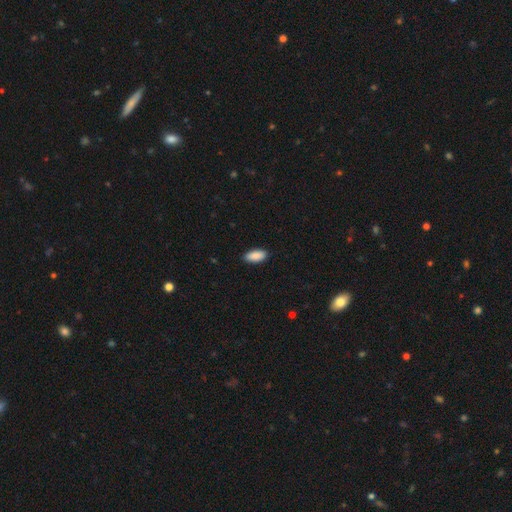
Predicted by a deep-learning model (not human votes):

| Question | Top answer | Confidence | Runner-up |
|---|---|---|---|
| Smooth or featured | smooth | 90% | star or artifact (6%) |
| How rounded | in between | 90% | cigar-shaped (8%) |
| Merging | none | 89% | minor disturbance (8%) |